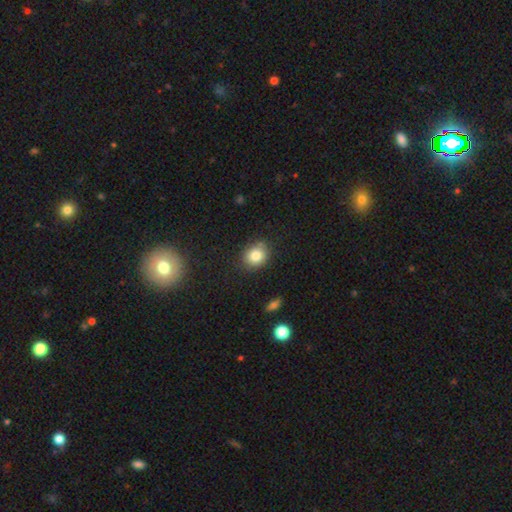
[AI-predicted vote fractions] smooth_or_featured: smooth (p=0.82) [alt: star or artifact p=0.10]
how_rounded: round (p=0.68) [alt: in between p=0.31]
merging: none (p=0.79) [alt: minor disturbance p=0.15]